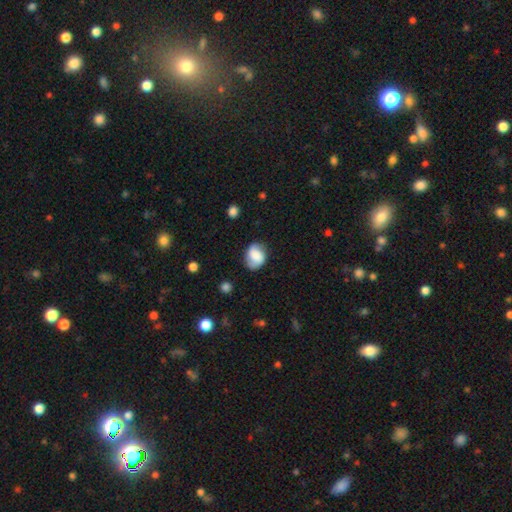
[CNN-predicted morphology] The model was most divided on "how rounded": in between: 51%, round: 48%, cigar-shaped: 1%. More confident: merging — none (70%); smooth or featured — smooth (55%).